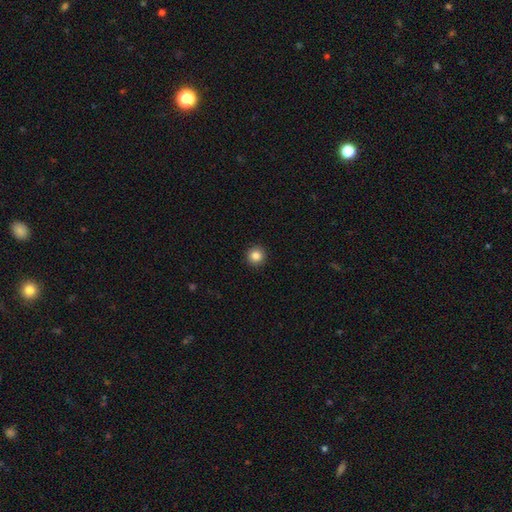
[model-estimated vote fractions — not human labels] Smooth or featured: smooth — 85% (star or artifact — 11%)
How rounded: round — 95% (in between — 4%)
Merging: none — 93% (minor disturbance — 4%)